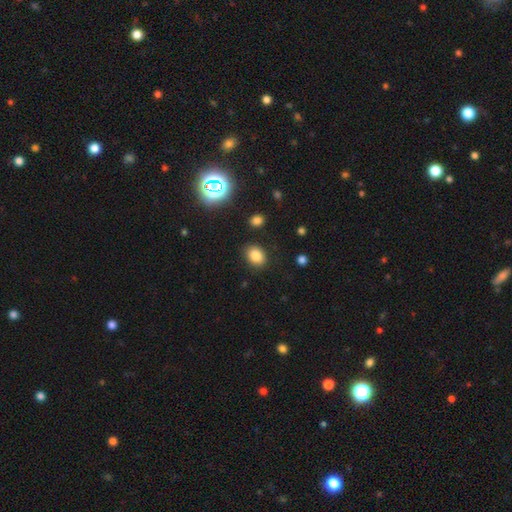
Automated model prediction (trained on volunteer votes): smooth 84%, star or artifact 11%, featured or disk 5%. Down the decision tree: how rounded — in between (58%); merging — none (86%).